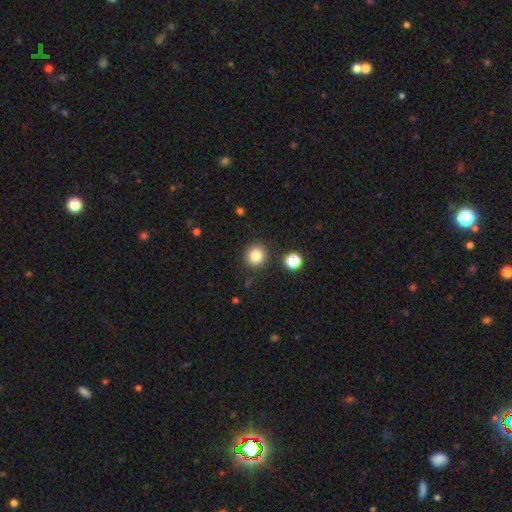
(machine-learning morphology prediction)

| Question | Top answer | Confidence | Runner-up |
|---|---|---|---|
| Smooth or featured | smooth | 84% | star or artifact (11%) |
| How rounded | round | 89% | in between (10%) |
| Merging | none | 87% | minor disturbance (8%) |